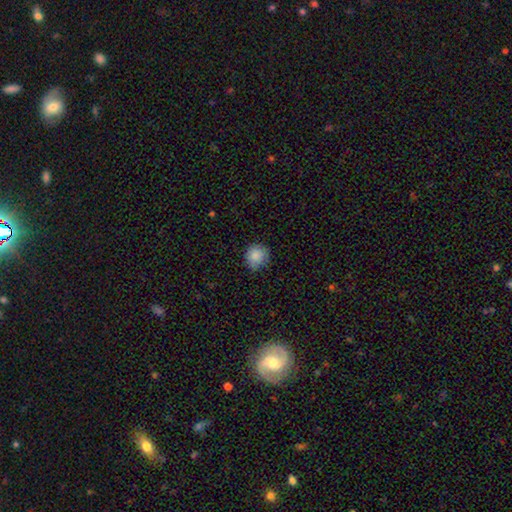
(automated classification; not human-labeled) smooth_or_featured: smooth (p=0.85) [alt: star or artifact p=0.09]
how_rounded: round (p=0.85) [alt: in between p=0.14]
merging: none (p=0.74) [alt: minor disturbance p=0.22]